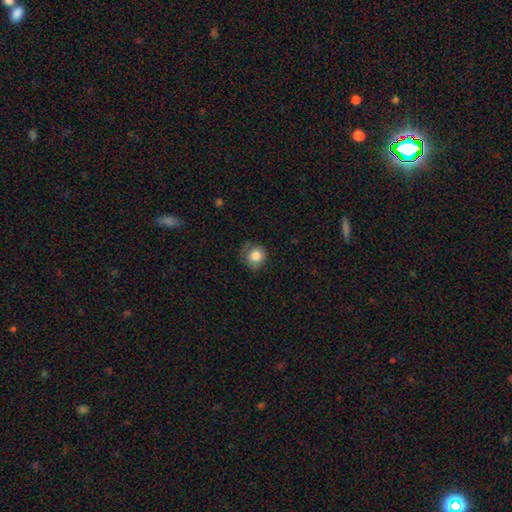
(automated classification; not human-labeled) A smooth galaxy with no disk features (82%) that is round (88%).

Vote fractions:
- Smooth or featured? smooth: 82% / star or artifact: 9% / featured or disk: 9%
- How rounded? round: 88% / in between: 11% / cigar-shaped: 1%
- Merging? none: 63% / minor disturbance: 26% / major disturbance: 9% / merger: 1%